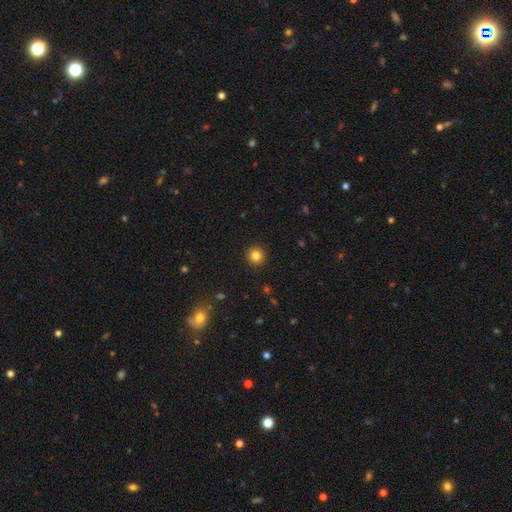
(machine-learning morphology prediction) smooth 83%, star or artifact 12%, featured or disk 5%. Down the decision tree: how rounded — round (94%); merging — none (92%).